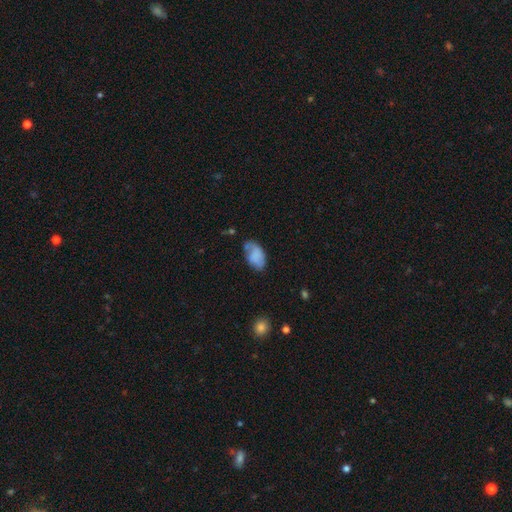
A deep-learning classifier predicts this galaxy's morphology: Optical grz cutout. It shows a smooth galaxy with no disk features (68%) that is in between round and cigar-shaped (92%). Merging: none (46%).